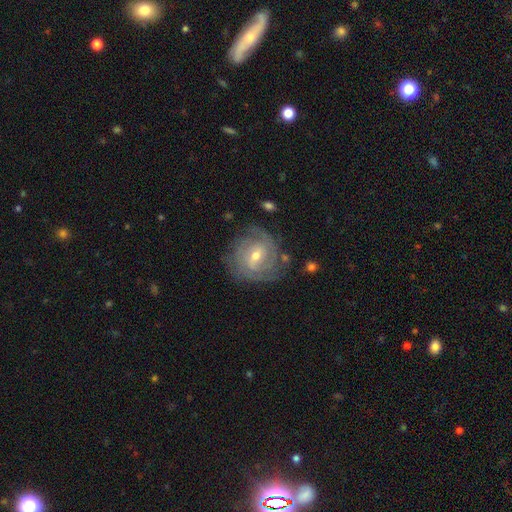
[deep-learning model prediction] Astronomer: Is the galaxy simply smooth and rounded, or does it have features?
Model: featured or disk — 83%.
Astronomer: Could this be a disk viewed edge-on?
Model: no — 97%.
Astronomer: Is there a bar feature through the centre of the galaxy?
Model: weak — 52% (runner-up: no, 31%).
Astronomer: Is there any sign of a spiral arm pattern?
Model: yes — 93%.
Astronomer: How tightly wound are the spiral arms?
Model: tight — 68%.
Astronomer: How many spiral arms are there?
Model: can't tell — 32% (runner-up: 2, 27%).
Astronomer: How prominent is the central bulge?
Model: moderate — 52% (runner-up: small, 45%).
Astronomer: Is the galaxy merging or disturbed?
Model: none — 76%.